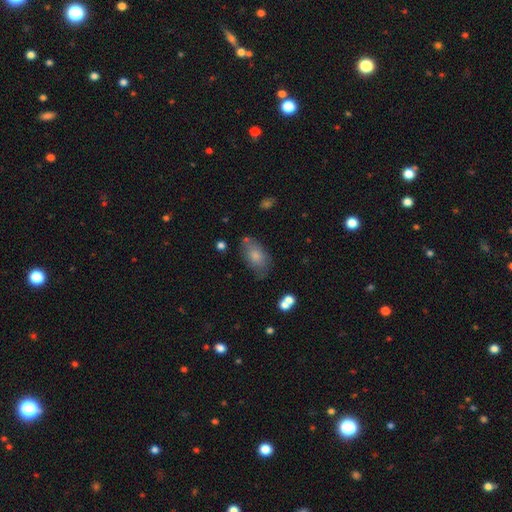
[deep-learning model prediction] Morphology: type=smooth (76%); roundness=in between (91%); merging=none (64%).